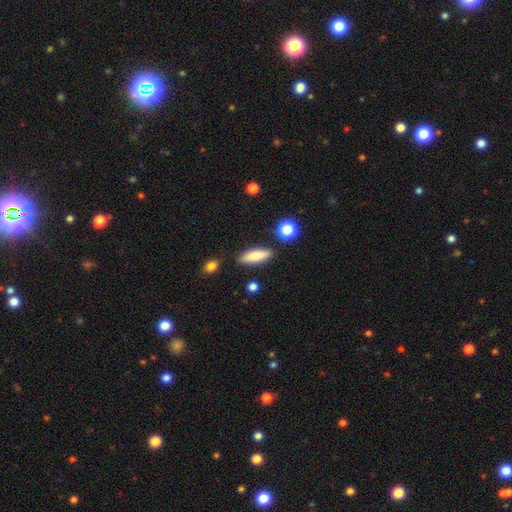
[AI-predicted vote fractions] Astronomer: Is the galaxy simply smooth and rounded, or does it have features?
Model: smooth — 78%.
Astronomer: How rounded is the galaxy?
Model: in between — 53% (runner-up: cigar-shaped, 44%).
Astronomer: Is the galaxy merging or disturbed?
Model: none — 85%.